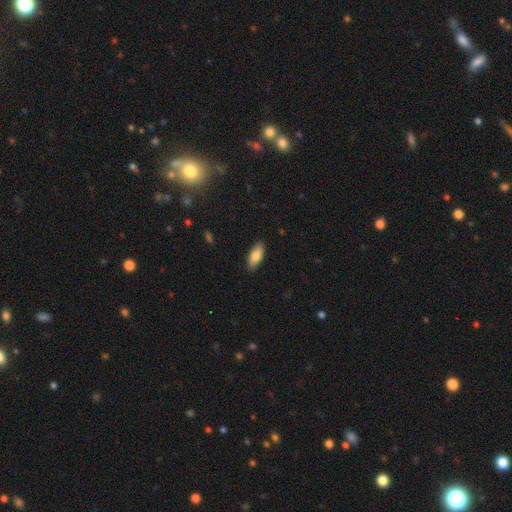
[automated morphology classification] This appears to be a smooth galaxy with no disk features (82%) that is in between round and cigar-shaped (80%). Merging: none (89%).